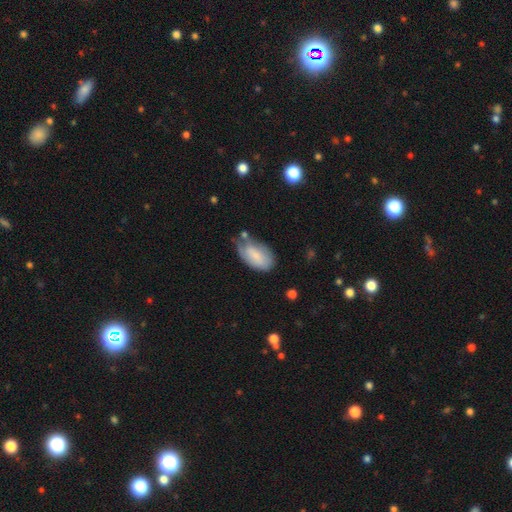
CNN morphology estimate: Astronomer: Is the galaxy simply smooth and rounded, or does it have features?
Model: smooth — 72%.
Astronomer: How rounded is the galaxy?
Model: in between — 94%.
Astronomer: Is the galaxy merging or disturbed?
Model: none — 40% (runner-up: minor disturbance, 38%).